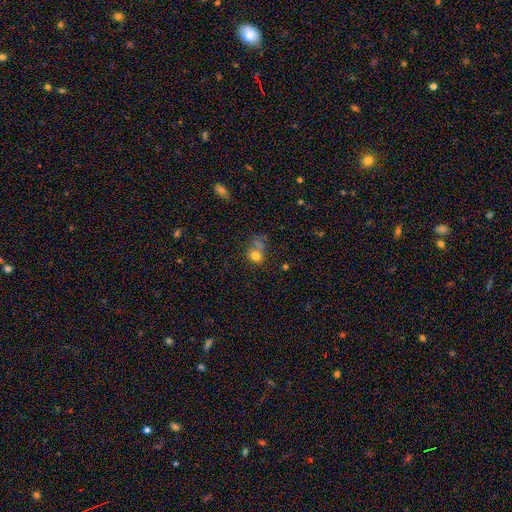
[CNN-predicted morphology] The model was most divided on "merging": none: 43%, minor disturbance: 21%, merger: 18%, major disturbance: 18%. More confident: smooth or featured — smooth (75%); how rounded — round (72%).